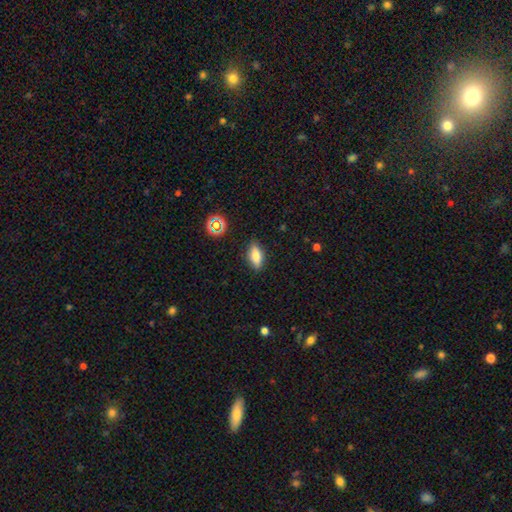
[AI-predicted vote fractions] A smooth galaxy with no disk features (71%) that is in between round and cigar-shaped (74%).

Vote fractions:
- Smooth or featured? smooth: 71% / featured or disk: 18% / star or artifact: 11%
- How rounded? in between: 74% / cigar-shaped: 21% / round: 5%
- Merging? none: 85% / minor disturbance: 11% / major disturbance: 3% / merger: 2%